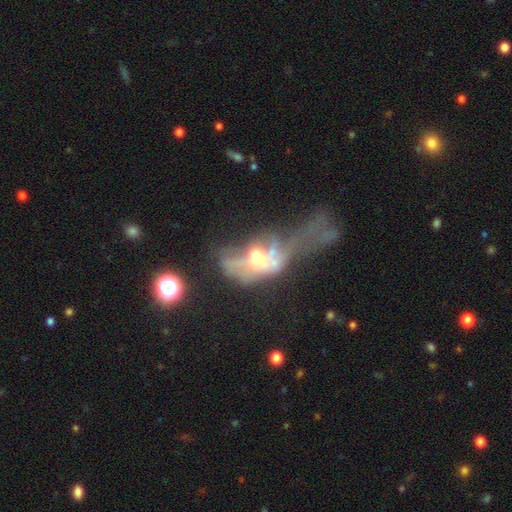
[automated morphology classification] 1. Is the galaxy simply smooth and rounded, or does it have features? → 56% featured or disk, 28% smooth, 16% star or artifact.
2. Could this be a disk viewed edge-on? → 82% no, 18% yes.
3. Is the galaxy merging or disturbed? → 46% major disturbance, 36% merger, 10% none, 8% minor disturbance.